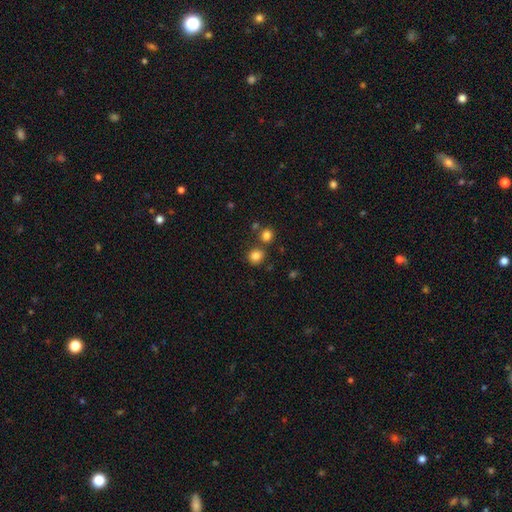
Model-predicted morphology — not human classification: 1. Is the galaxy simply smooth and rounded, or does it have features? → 83% smooth, 12% star or artifact, 5% featured or disk.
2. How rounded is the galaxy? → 84% round, 15% in between, 1% cigar-shaped.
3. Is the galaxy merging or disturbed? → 76% none, 12% merger, 9% minor disturbance, 3% major disturbance.